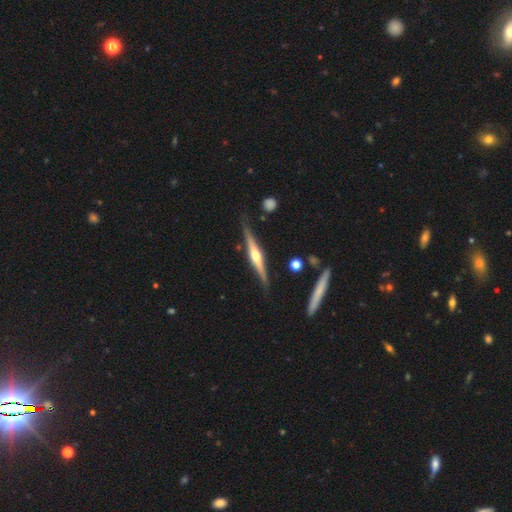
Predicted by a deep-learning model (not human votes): The model was most divided on "smooth or featured": featured or disk: 76%, smooth: 19%, star or artifact: 5%. More confident: edge-on disk — yes (98%); edge-on bulge — rounded (85%); merging — none (83%).